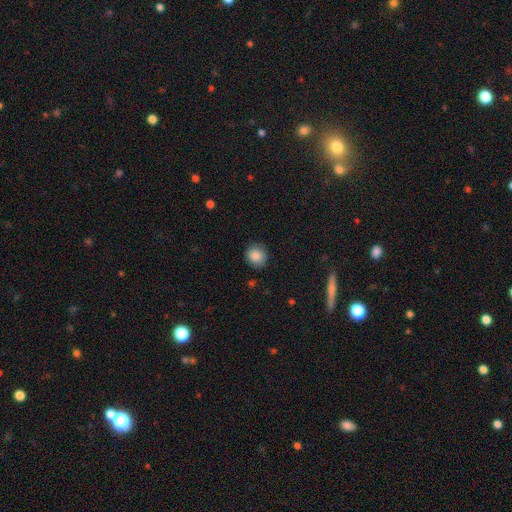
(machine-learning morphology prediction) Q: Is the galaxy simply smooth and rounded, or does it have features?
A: smooth — 86%.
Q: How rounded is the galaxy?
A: round — 83%.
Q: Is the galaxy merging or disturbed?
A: none — 85%.